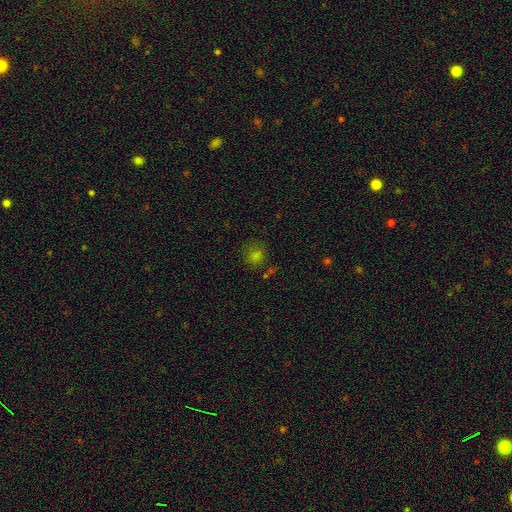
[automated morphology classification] type=smooth (63%); roundness=round (80%); merging=none (77%).